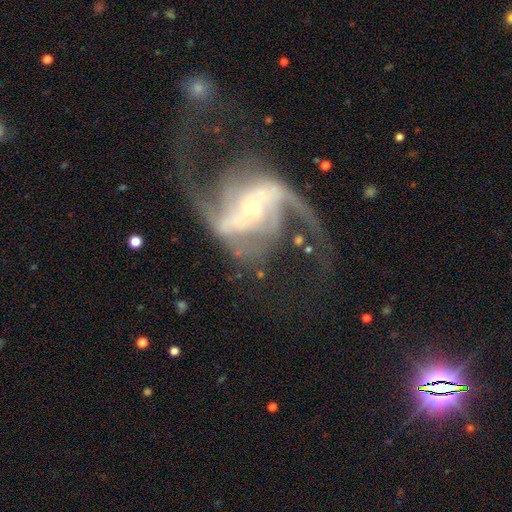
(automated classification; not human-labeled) Morphology: type=featured or disk (91%); edge-on=no (97%); bar=strong (48%); spiral arms=yes (97%); winding=loose (59%); arm count=2 (90%); bulge=small (69%); merging=none (61%).